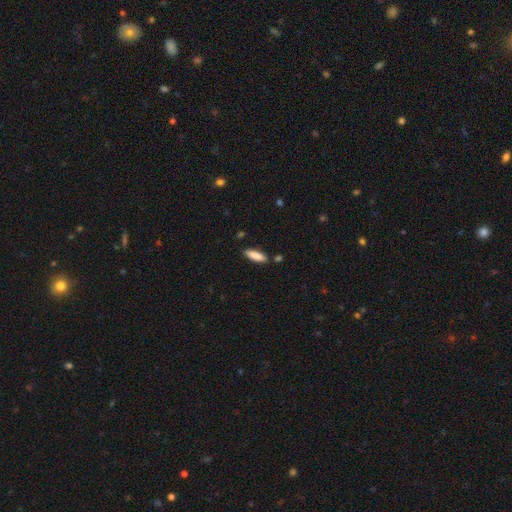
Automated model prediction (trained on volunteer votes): The model was most divided on "how rounded": cigar-shaped: 52%, in between: 47%, round: 2%. More confident: smooth or featured — smooth (87%); merging — none (85%).